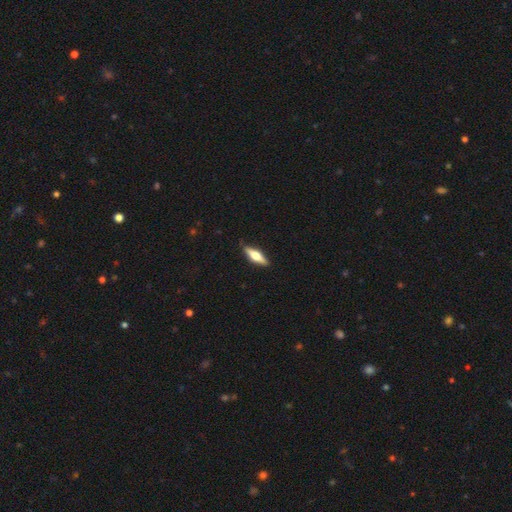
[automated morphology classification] Smooth or featured? Predicted: featured or disk (p=0.51). Edge-on disk? Predicted: yes (p=0.94). Merging? Predicted: none (p=0.87).